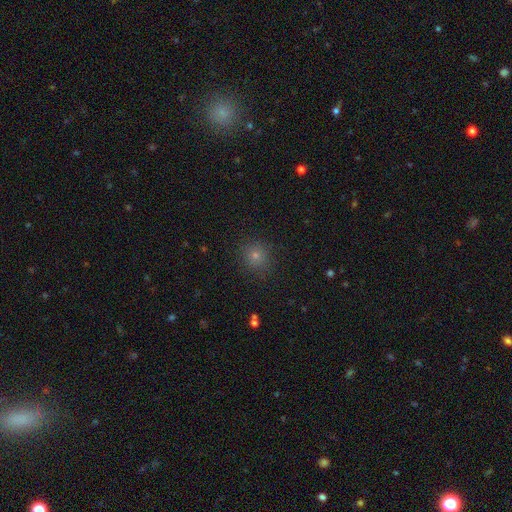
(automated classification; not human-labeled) A smooth galaxy with no disk features (70%) that is round (91%). Merging: none (89%).